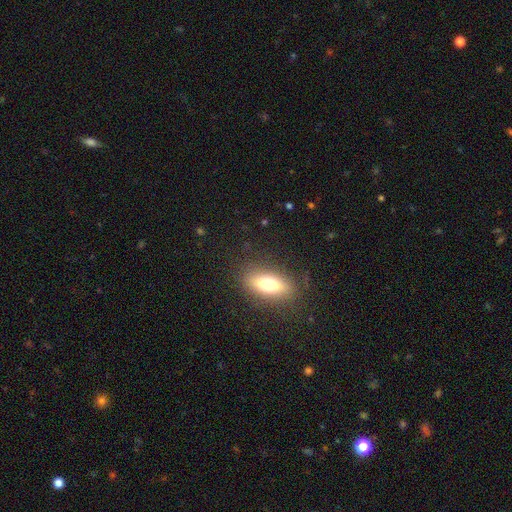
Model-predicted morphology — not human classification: Smooth or featured? Predicted: smooth (p=0.61). How rounded? Predicted: in between (p=0.72). Merging? Predicted: none (p=0.87).